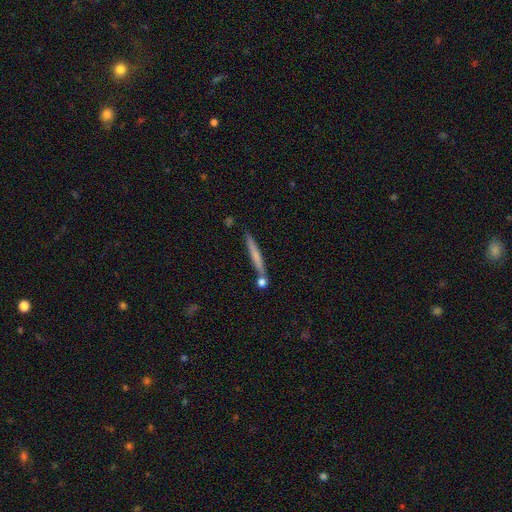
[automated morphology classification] This is possibly a smooth galaxy (58%). How rounded: clearly cigar-shaped (96%). Merging: likely none (78%).